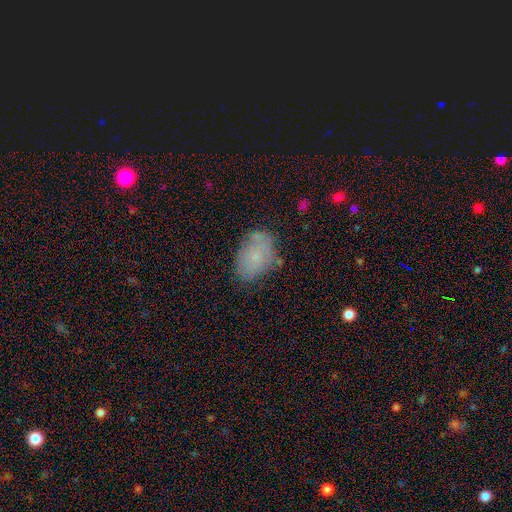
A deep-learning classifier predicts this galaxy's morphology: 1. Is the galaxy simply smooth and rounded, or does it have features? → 64% smooth, 25% featured or disk, 11% star or artifact.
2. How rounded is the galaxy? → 85% in between, 13% round, 1% cigar-shaped.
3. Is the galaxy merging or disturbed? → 68% none, 22% minor disturbance, 6% major disturbance, 4% merger.